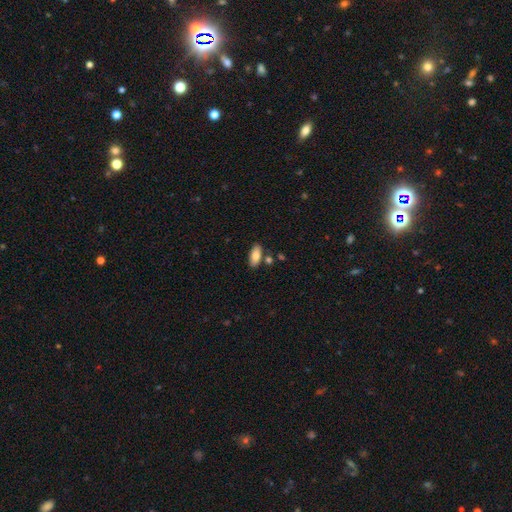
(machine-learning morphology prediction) smooth-or-featured: smooth: 80% | featured or disk: 14% | star or artifact: 6%
  how-rounded: in between: 86% | cigar-shaped: 11% | round: 2%
  merging: none: 80% | minor disturbance: 12% | merger: 7% | major disturbance: 2%